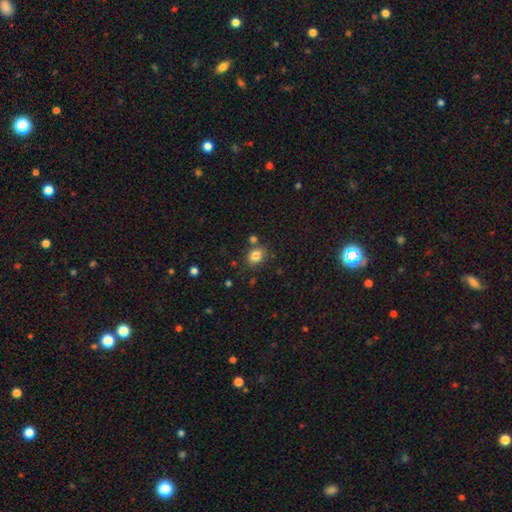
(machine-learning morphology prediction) smooth_or_featured: smooth (p=0.82) [alt: star or artifact p=0.11]
how_rounded: round (p=0.53) [alt: in between p=0.46]
merging: none (p=0.71) [alt: minor disturbance p=0.14]